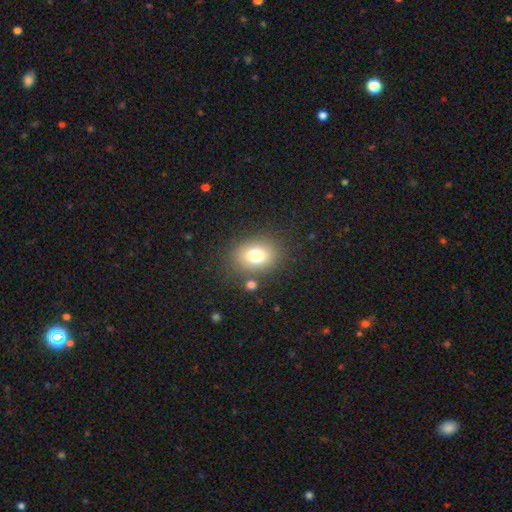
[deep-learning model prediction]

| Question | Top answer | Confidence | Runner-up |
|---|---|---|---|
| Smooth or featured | smooth | 77% | star or artifact (12%) |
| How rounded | in between | 56% | round (43%) |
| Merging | none | 82% | minor disturbance (10%) |